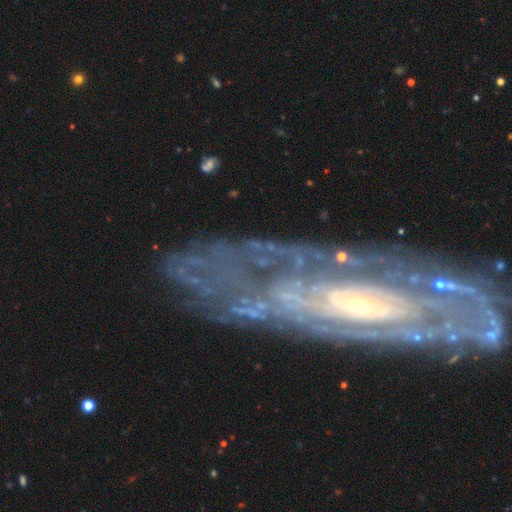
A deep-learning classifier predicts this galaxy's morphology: type=featured or disk (84%); edge-on=no (86%); bar=no (68%); spiral arms=yes (88%); winding=tight (71%); arm count=can't tell (46%); bulge=small (70%); merging=none (70%).